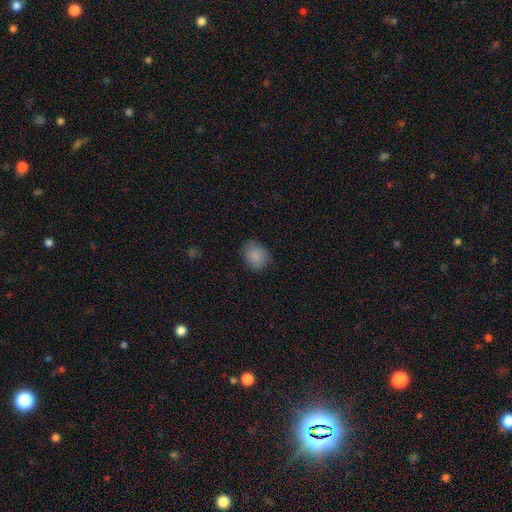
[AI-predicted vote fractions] smooth_or_featured: smooth (p=0.87) [alt: star or artifact p=0.08]
how_rounded: round (p=0.55) [alt: in between p=0.44]
merging: none (p=0.81) [alt: minor disturbance p=0.14]